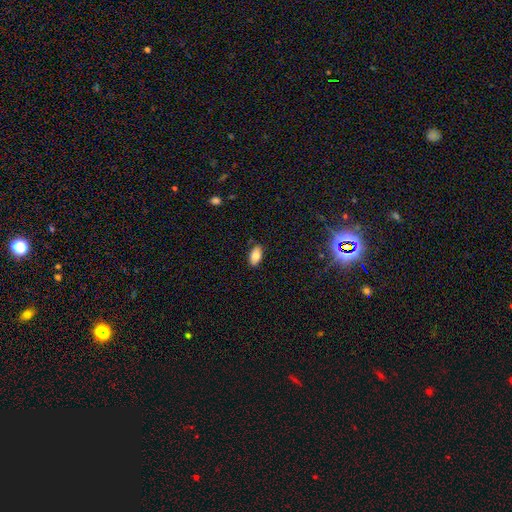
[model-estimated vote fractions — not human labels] Morphology: type=smooth (83%); roundness=in between (93%); merging=none (82%).